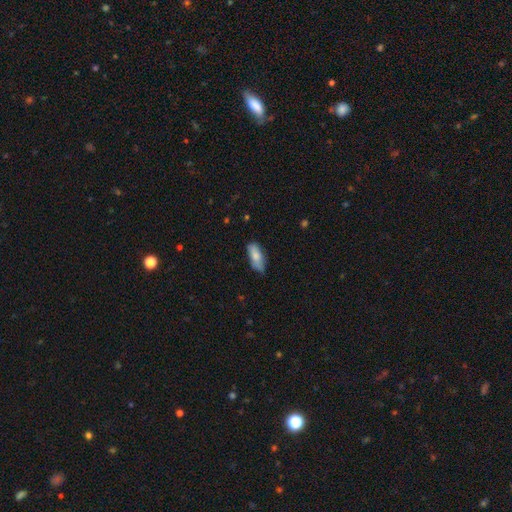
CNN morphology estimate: smooth_or_featured: smooth (p=0.80) [alt: featured or disk p=0.14]
how_rounded: in between (p=0.78) [alt: cigar-shaped p=0.20]
merging: none (p=0.64) [alt: minor disturbance p=0.29]